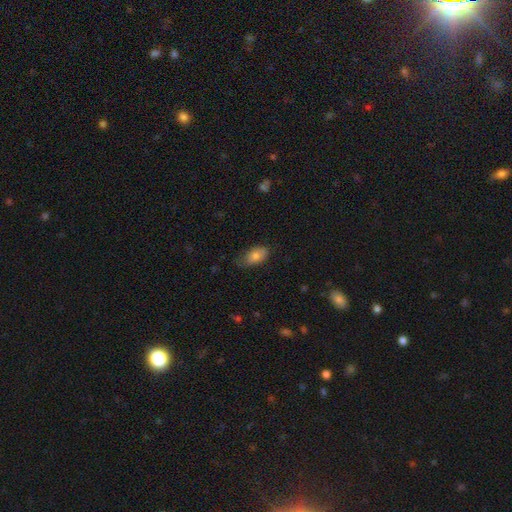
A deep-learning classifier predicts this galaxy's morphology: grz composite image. It shows a smooth galaxy with no disk features (79%) that is in between round and cigar-shaped (92%). Merging: none (64%).